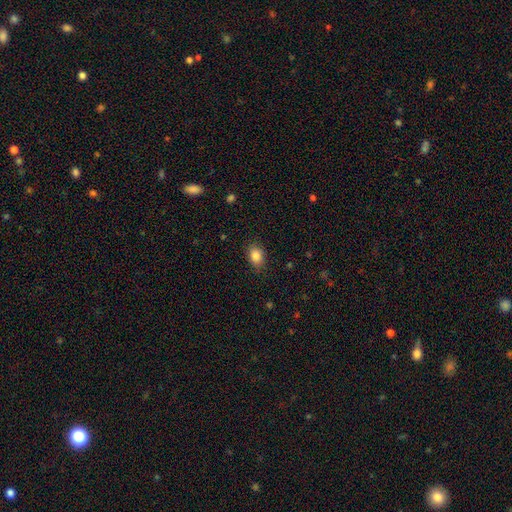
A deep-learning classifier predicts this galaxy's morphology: Smooth or featured? smooth (86%)
How rounded? in between (72%)
Merging? none (85%)